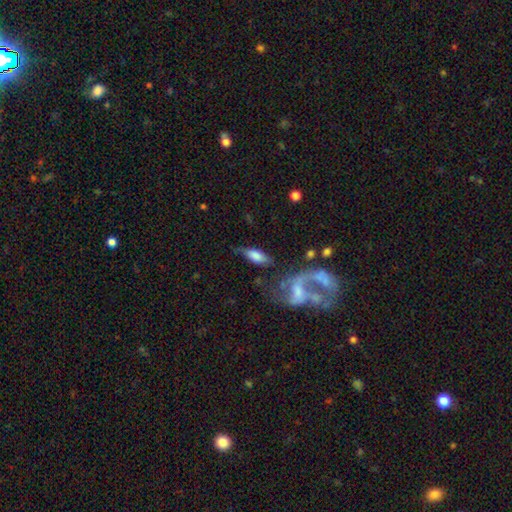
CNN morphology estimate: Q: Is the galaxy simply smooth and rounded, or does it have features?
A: smooth — 66%.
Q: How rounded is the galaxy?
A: in between — 75%.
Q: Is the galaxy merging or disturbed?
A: none — 54%.